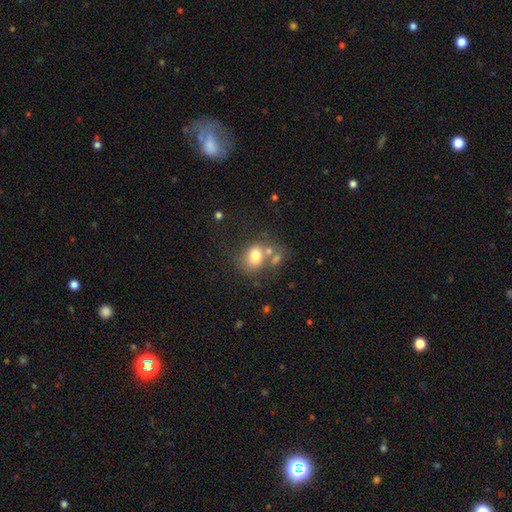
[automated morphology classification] smooth 73%, featured or disk 17%, star or artifact 10%. Down the decision tree: how rounded — in between (61%); merging — none (39%).